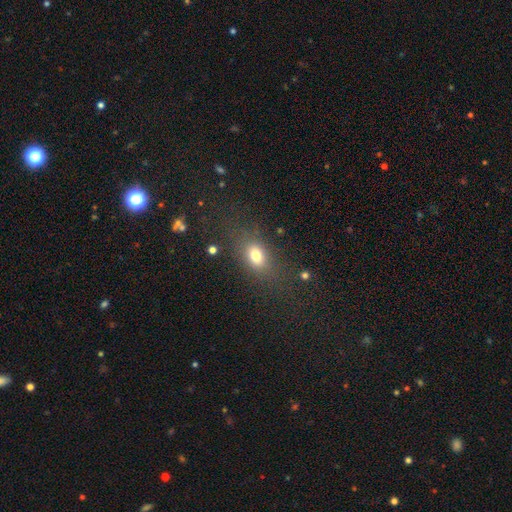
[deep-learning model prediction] Smooth or featured?
  - smooth: 75% *
  - star or artifact: 13%
  - featured or disk: 12%
How rounded?
  - in between: 75% *
  - round: 19%
  - cigar-shaped: 6%
Merging?
  - none: 70% *
  - minor disturbance: 15%
  - major disturbance: 11%
  - merger: 4%